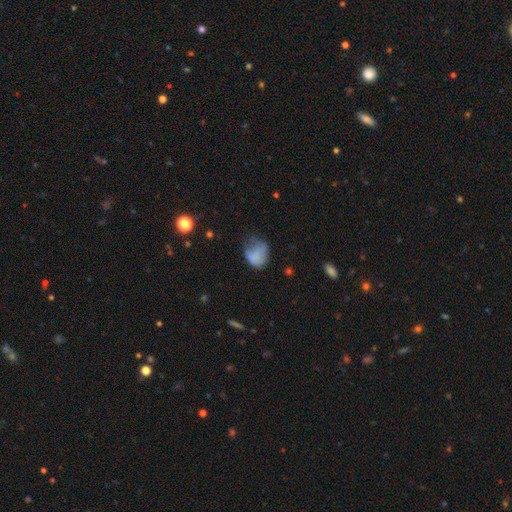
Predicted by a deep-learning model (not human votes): This appears to be a smooth galaxy with no disk features (72%) that is in between round and cigar-shaped (54%). Merging: minor disturbance (35%).